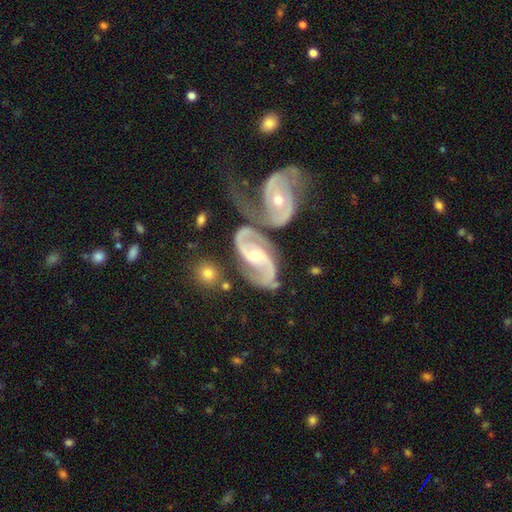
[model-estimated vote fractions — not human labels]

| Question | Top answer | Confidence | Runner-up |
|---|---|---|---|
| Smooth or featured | featured or disk | 90% | smooth (5%) |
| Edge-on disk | no | 97% | yes (3%) |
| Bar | weak | 41% | no (32%) |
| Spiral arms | yes | 97% | no (3%) |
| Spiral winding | medium | 55% | tight (24%) |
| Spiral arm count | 2 | 91% | can't tell (3%) |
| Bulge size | moderate | 55% | small (41%) |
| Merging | merger | 42% | none (35%) |